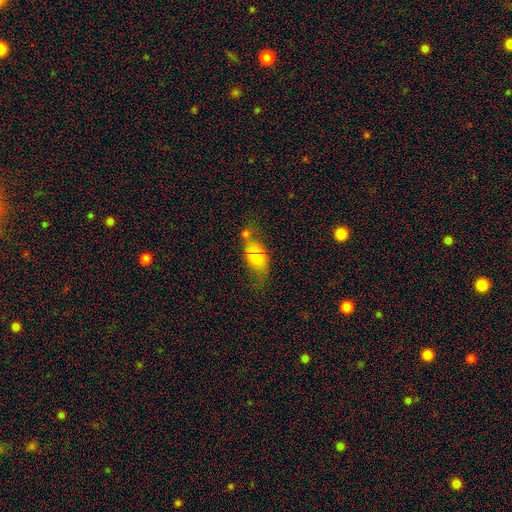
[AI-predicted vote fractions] smooth 66%, featured or disk 24%, star or artifact 10%. Down the decision tree: how rounded — in between (82%); merging — none (35%).